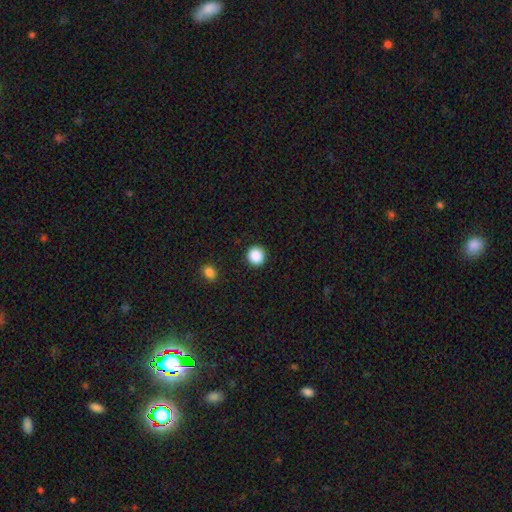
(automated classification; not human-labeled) smooth_or_featured: smooth (p=0.89) [alt: star or artifact p=0.09]
how_rounded: round (p=0.92) [alt: in between p=0.07]
merging: none (p=0.92) [alt: minor disturbance p=0.05]